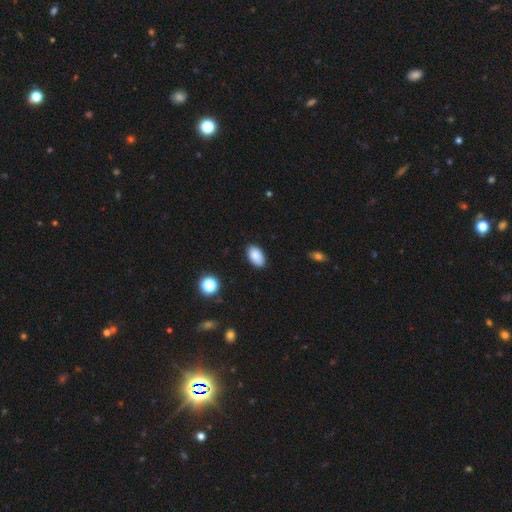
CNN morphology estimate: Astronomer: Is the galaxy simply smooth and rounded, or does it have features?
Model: smooth — 86%.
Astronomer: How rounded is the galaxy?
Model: in between — 93%.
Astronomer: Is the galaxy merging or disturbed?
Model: none — 86%.